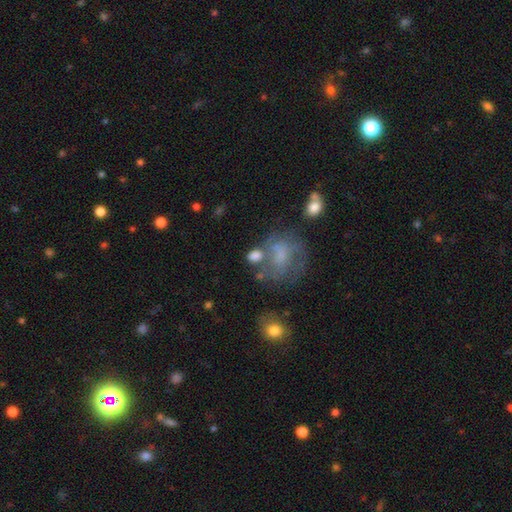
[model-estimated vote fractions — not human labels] Q: Smooth or featured?
A: smooth (65%); runner-up: featured or disk (22%)
Q: How rounded?
A: in between (52%); runner-up: round (46%)
Q: Merging?
A: none (45%); runner-up: minor disturbance (19%)